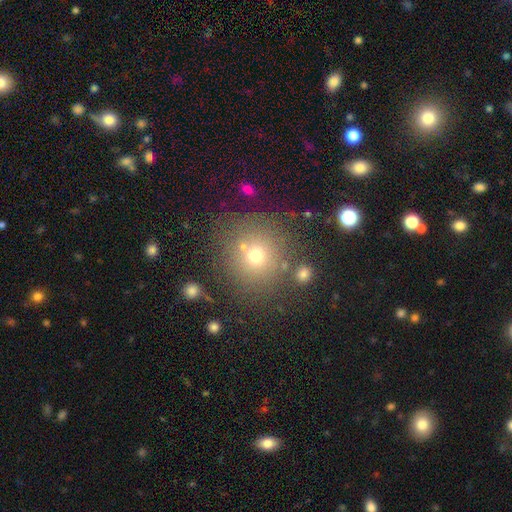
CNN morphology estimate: smooth_or_featured: smooth (p=0.66) [alt: star or artifact p=0.21]
how_rounded: round (p=0.92) [alt: in between p=0.07]
merging: none (p=0.77) [alt: merger p=0.09]